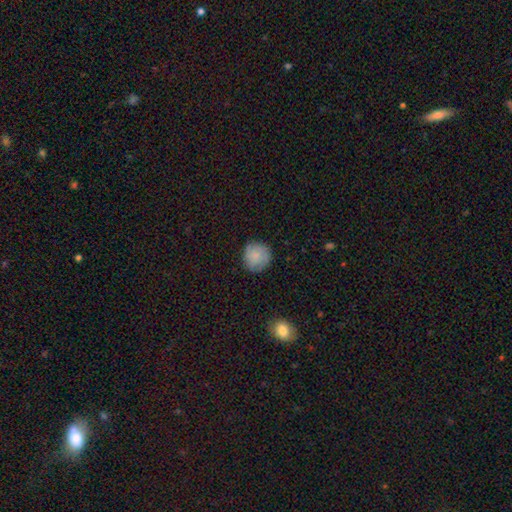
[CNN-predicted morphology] Overall: smooth (81%). How rounded: round (91%). Merging: none (83%).